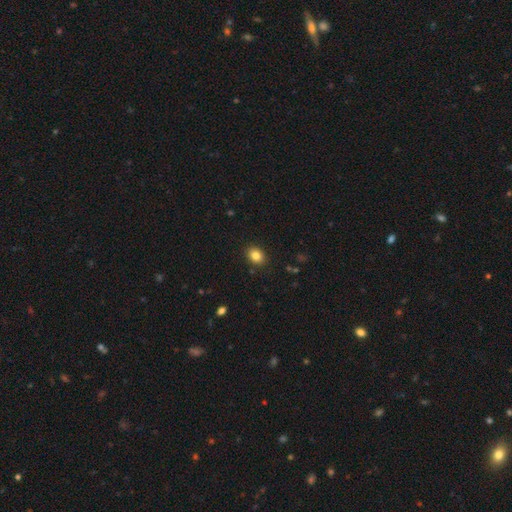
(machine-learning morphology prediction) This is clearly a smooth galaxy (84%). How rounded: possibly in between (56%). Merging: clearly none (89%).